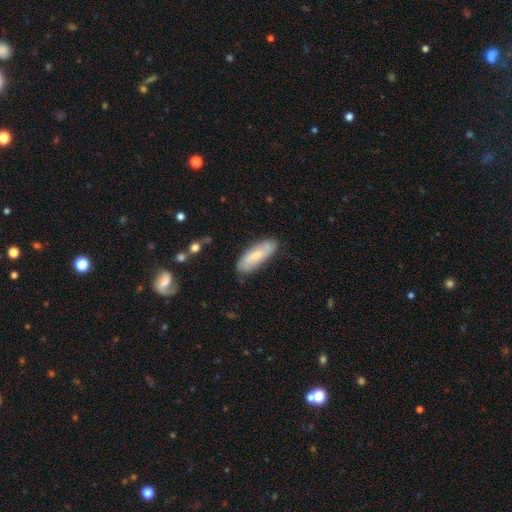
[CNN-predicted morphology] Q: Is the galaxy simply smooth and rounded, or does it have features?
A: smooth — 59%.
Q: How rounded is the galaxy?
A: in between — 60%.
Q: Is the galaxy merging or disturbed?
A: none — 78%.